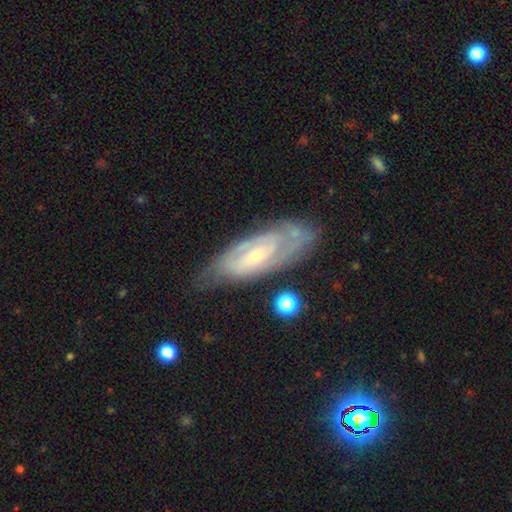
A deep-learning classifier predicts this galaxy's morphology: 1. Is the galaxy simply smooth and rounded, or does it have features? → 81% featured or disk, 14% smooth, 6% star or artifact.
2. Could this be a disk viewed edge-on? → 90% no, 10% yes.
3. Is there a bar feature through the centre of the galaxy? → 43% weak, 40% no, 17% strong.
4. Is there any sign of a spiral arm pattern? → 91% yes, 9% no.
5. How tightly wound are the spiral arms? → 56% tight, 35% medium, 9% loose.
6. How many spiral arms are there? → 57% 2, 27% can't tell, 7% 3, 4% 1, 2% 4, 2% more than 4.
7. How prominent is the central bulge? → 66% small, 30% moderate, 2% none, 2% large, 1% dominant.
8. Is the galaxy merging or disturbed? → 69% none, 22% minor disturbance, 7% major disturbance, 2% merger.